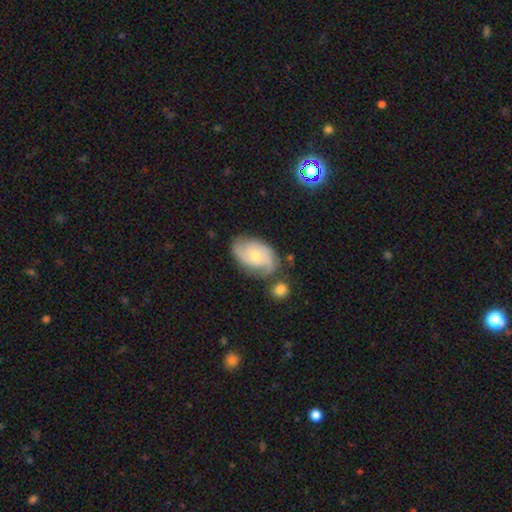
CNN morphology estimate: Q: Smooth or featured?
A: featured or disk (68%); runner-up: smooth (26%)
Q: Edge-on disk?
A: no (96%); runner-up: yes (4%)
Q: Bar?
A: no (72%); runner-up: weak (24%)
Q: Spiral arms?
A: yes (89%); runner-up: no (11%)
Q: Spiral winding?
A: tight (42%); runner-up: medium (40%)
Q: Spiral arm count?
A: 2 (52%); runner-up: can't tell (23%)
Q: Bulge size?
A: moderate (53%); runner-up: small (43%)
Q: Merging?
A: none (62%); runner-up: minor disturbance (23%)